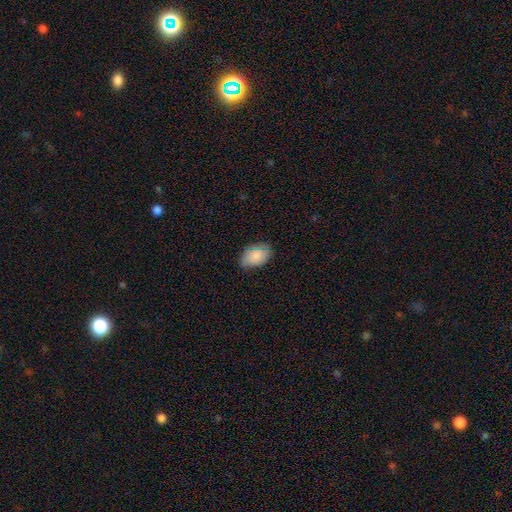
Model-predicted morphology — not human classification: smooth-or-featured: smooth: 81% | featured or disk: 12% | star or artifact: 7%
  how-rounded: in between: 87% | round: 11% | cigar-shaped: 1%
  merging: none: 66% | minor disturbance: 28% | major disturbance: 5% | merger: 1%